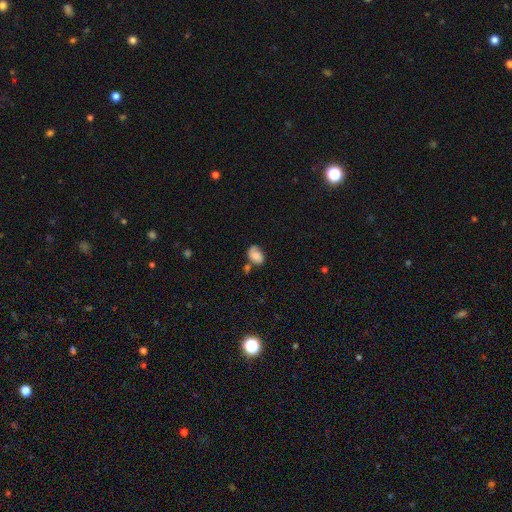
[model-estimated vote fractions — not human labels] A smooth galaxy with no disk features (66%) that is in between round and cigar-shaped (81%). Merging: none (51%).